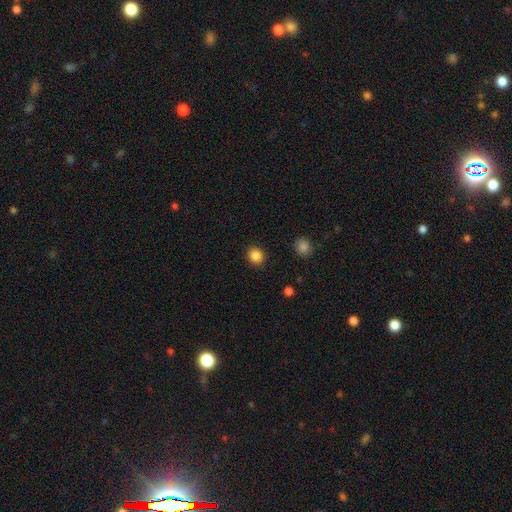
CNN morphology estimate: This appears to be a smooth galaxy with no disk features (86%) that is round (76%). Merging: none (89%).